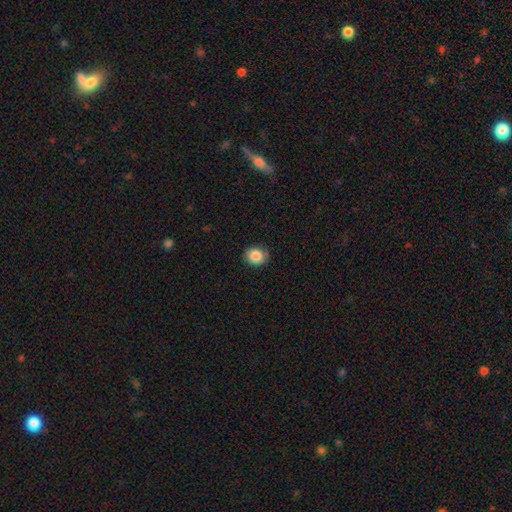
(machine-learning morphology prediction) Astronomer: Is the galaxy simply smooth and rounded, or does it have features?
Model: smooth — 85%.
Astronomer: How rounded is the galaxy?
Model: round — 66%.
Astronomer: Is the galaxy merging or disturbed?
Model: none — 85%.